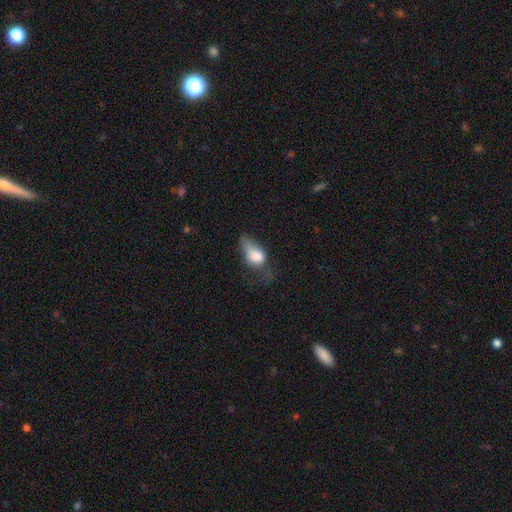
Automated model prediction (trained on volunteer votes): This is likely a smooth galaxy (70%). How rounded: likely in between (80%). Merging: possibly major disturbance (48%).